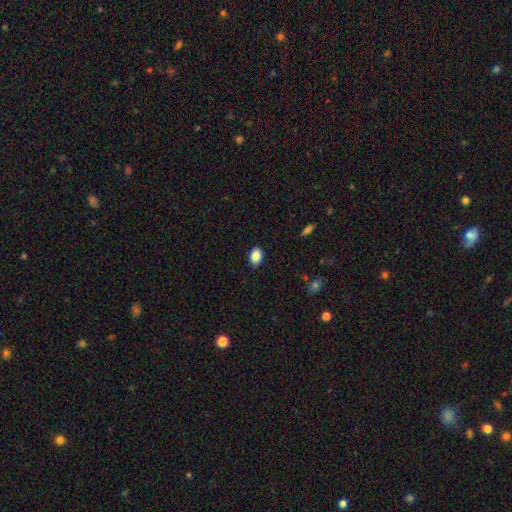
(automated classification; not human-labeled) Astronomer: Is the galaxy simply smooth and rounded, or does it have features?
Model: smooth — 87%.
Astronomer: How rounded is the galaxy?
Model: in between — 75%.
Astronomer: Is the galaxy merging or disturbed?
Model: none — 89%.